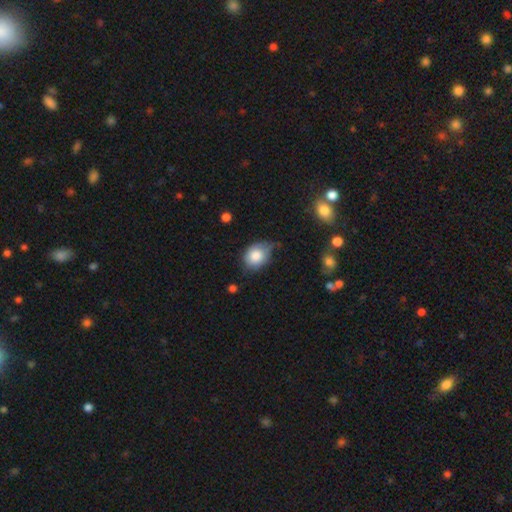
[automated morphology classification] A smooth galaxy with no disk features (81%) that is in between round and cigar-shaped (59%).

Vote fractions:
- Smooth or featured? smooth: 81% / featured or disk: 11% / star or artifact: 8%
- How rounded? in between: 59% / round: 40% / cigar-shaped: 1%
- Merging? none: 45% / minor disturbance: 42% / major disturbance: 10% / merger: 3%